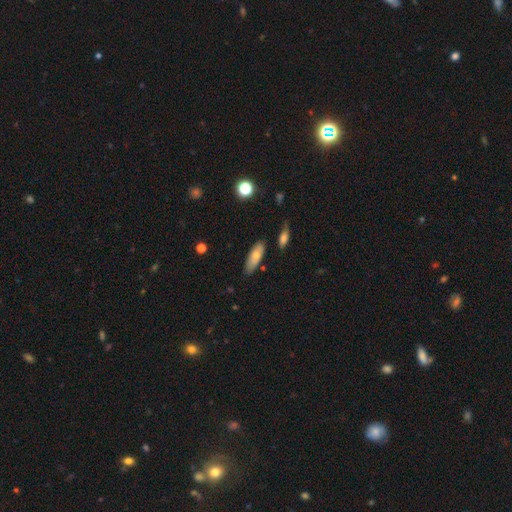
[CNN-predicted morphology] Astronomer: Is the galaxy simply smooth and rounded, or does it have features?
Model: smooth — 70%.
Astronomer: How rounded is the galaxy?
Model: in between — 63%.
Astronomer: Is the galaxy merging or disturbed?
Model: none — 74%.